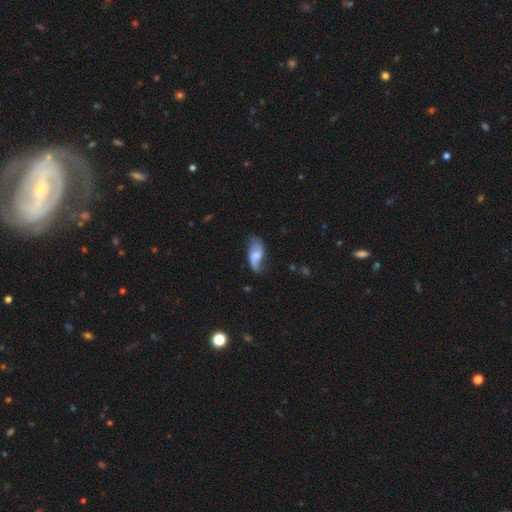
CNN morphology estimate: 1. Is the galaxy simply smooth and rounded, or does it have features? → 61% featured or disk, 32% smooth, 7% star or artifact.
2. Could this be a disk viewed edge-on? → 93% no, 7% yes.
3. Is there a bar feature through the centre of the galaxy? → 52% no, 39% weak, 9% strong.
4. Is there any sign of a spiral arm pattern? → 89% yes, 11% no.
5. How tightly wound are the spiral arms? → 72% loose, 21% medium, 7% tight.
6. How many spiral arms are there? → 85% 2, 6% 1, 6% can't tell, 1% 3, 1% 4, 1% more than 4.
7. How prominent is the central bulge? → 45% moderate, 34% small, 11% none, 8% large, 2% dominant.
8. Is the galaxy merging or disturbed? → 59% none, 27% minor disturbance, 11% major disturbance, 2% merger.